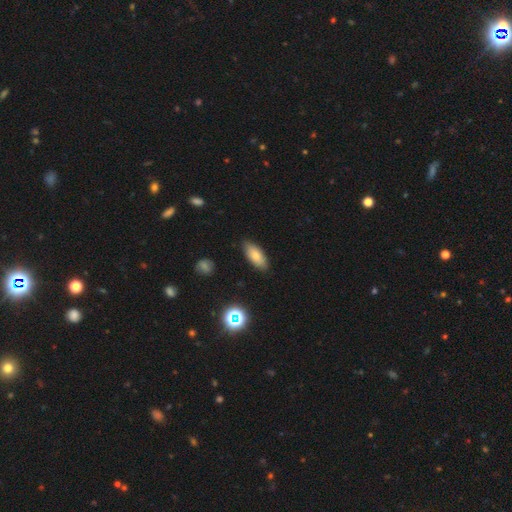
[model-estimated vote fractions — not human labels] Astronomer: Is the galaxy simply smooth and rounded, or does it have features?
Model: smooth — 76%.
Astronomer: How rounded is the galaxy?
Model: in between — 82%.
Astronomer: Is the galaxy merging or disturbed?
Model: none — 86%.